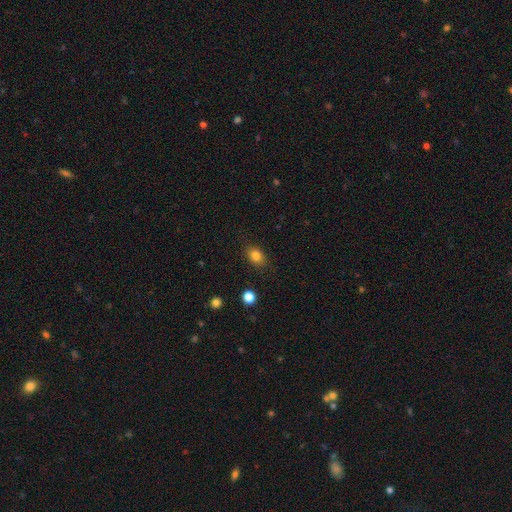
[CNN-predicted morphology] Overall: smooth (82%). How rounded: in between (63%; round 36%). Merging: none (84%).